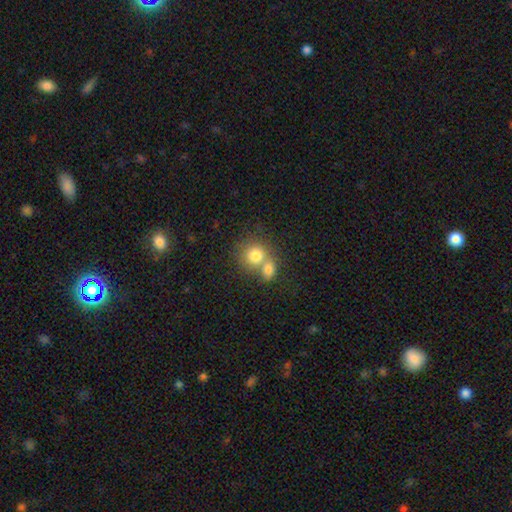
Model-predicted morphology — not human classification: Smooth or featured? smooth (78%)
How rounded? round (80%)
Merging? merger (55%)